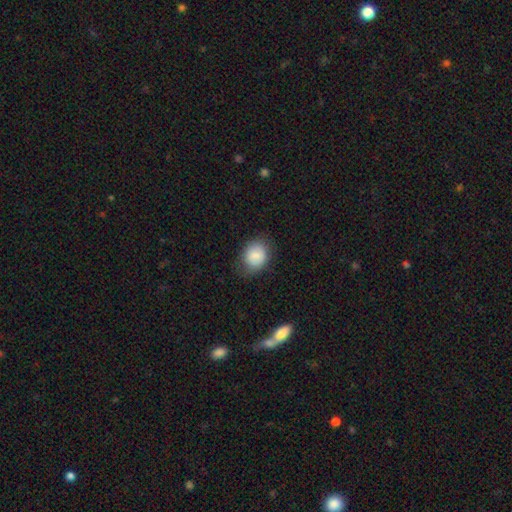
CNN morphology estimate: Overall: smooth (83%). How rounded: round (53%; in between 46%). Merging: none (76%).